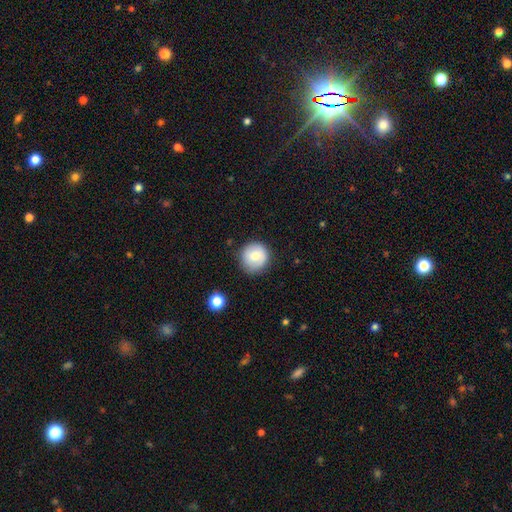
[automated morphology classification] smooth 79%, featured or disk 13%, star or artifact 8%. Down the decision tree: how rounded — round (93%); merging — none (83%).